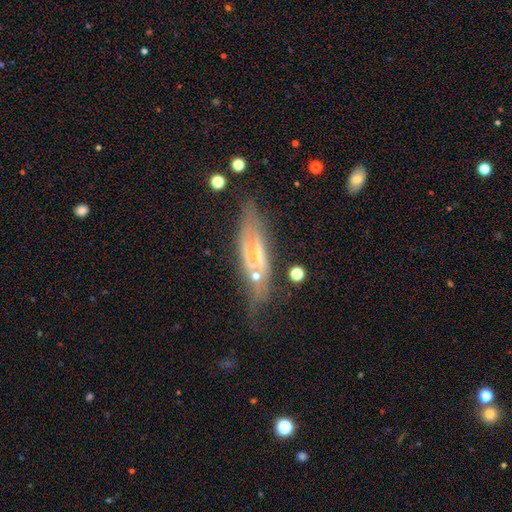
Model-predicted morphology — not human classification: type=featured or disk (68%); edge-on=yes (59%); merging=none (61%).